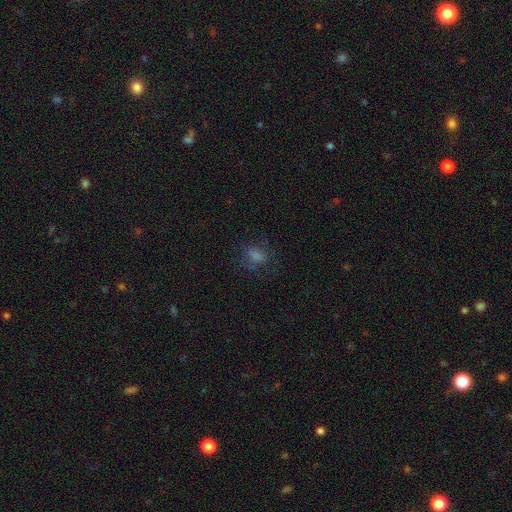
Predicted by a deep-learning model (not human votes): A smooth galaxy with no disk features (67%) that is in between round and cigar-shaped (67%).

Vote fractions:
- Smooth or featured? smooth: 67% / star or artifact: 20% / featured or disk: 13%
- How rounded? in between: 67% / round: 27% / cigar-shaped: 5%
- Merging? none: 62% / minor disturbance: 20% / major disturbance: 16% / merger: 2%